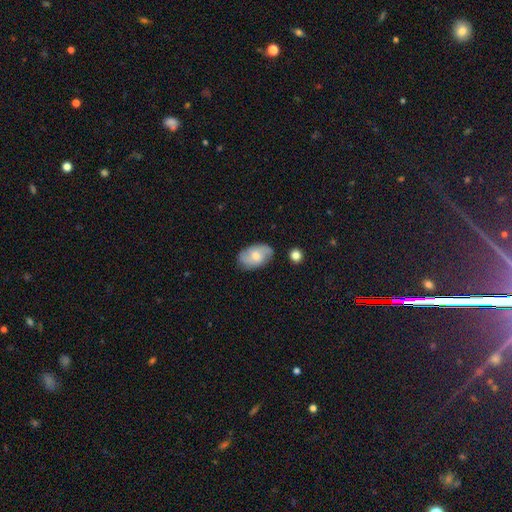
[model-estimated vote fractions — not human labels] Morphology: type=smooth (53%); roundness=in between (91%); merging=none (74%).